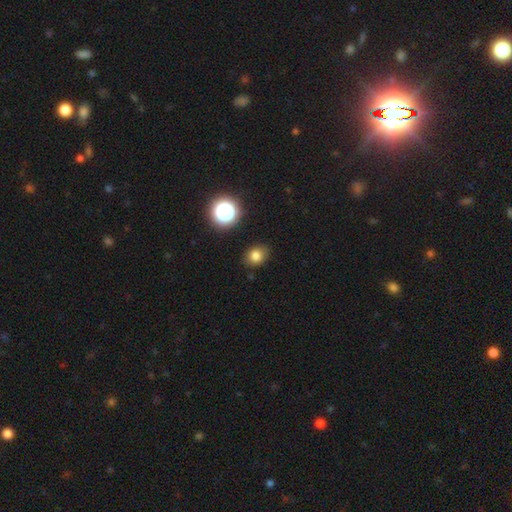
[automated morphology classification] Smooth or featured? Predicted: smooth (p=0.78). How rounded? Predicted: round (p=0.51). Merging? Predicted: none (p=0.85).